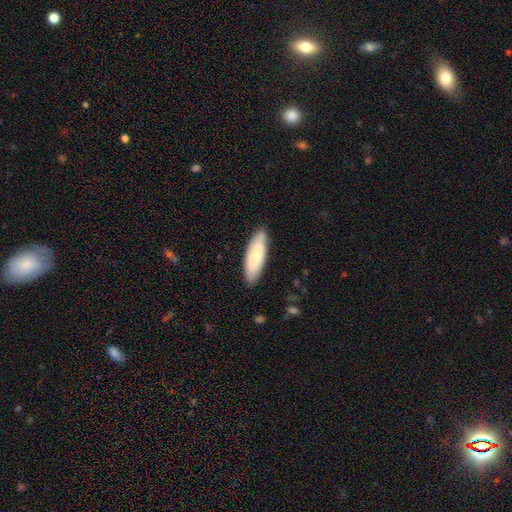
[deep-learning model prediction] This is likely a smooth galaxy (74%). How rounded: possibly in between (59%). Merging: clearly none (84%).